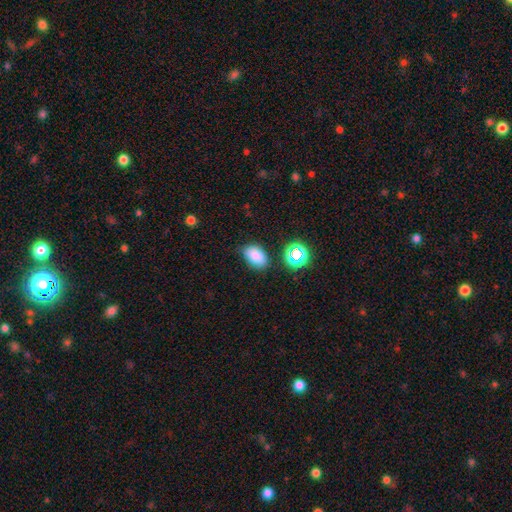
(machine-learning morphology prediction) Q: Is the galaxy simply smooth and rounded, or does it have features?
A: smooth — 78%.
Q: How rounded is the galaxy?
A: in between — 86%.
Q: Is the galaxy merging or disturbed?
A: none — 75%.